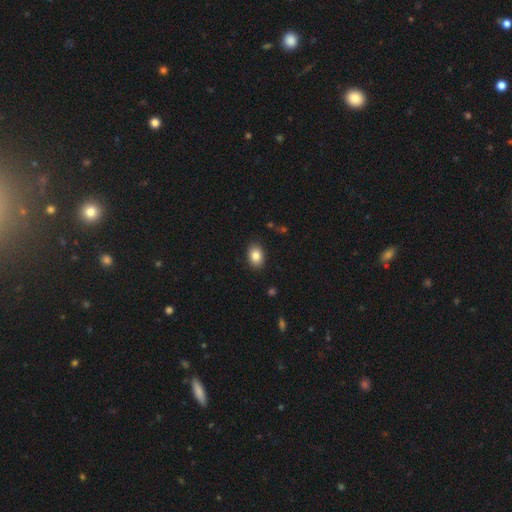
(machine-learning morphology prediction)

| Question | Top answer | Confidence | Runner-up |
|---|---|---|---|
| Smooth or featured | smooth | 85% | star or artifact (8%) |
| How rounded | in between | 76% | round (23%) |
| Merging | none | 89% | minor disturbance (8%) |